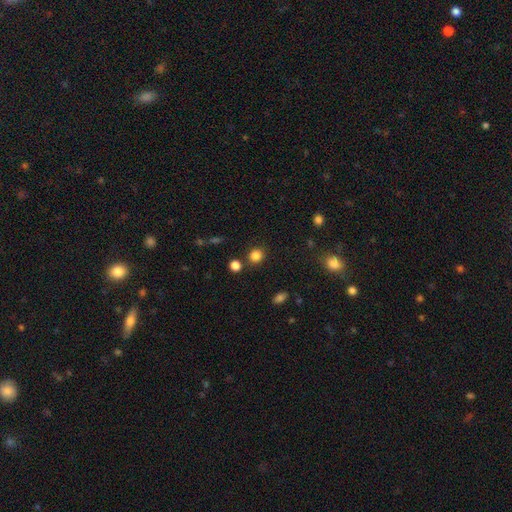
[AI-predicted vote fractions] Overall: smooth (83%). How rounded: round (86%). Merging: none (83%).